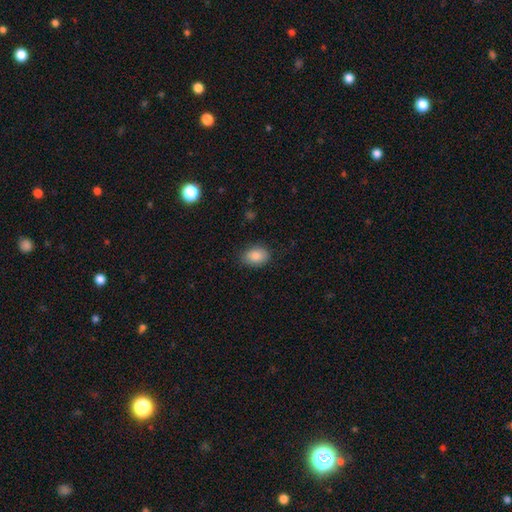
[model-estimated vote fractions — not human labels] This is clearly a smooth galaxy (87%). How rounded: likely in between (79%). Merging: clearly none (84%).